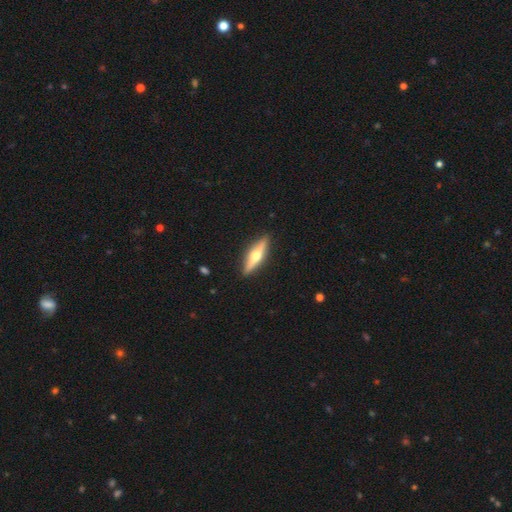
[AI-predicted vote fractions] Morphology: type=featured or disk (68%); edge-on=yes (96%); edge-on bulge=rounded (95%); merging=none (90%).